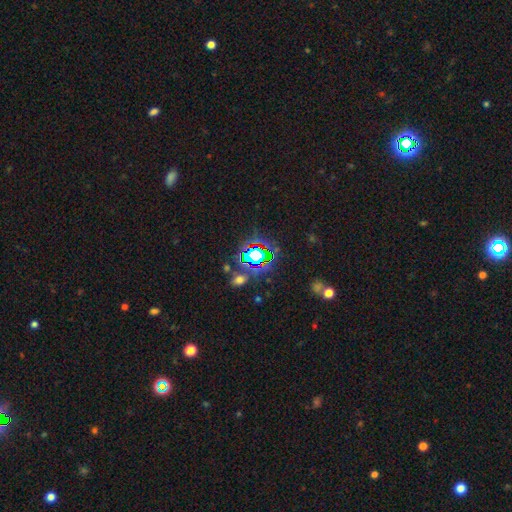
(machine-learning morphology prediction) Smooth or featured? Predicted: star or artifact (p=0.68).